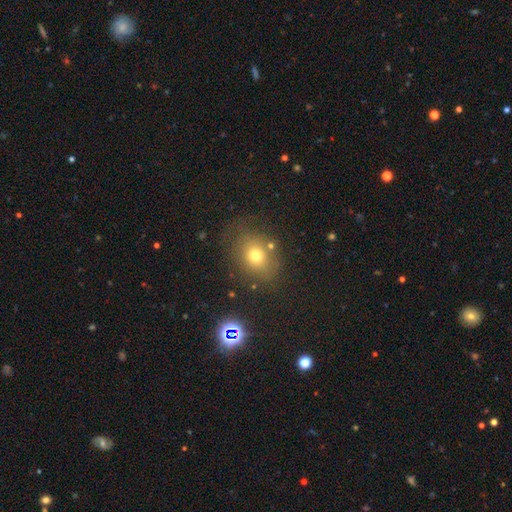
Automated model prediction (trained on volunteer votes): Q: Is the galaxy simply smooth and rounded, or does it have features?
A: smooth — 70%.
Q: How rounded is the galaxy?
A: round — 57%.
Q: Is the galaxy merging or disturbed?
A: none — 71%.